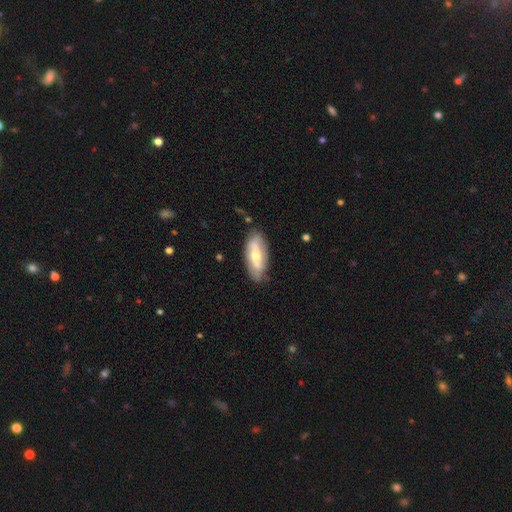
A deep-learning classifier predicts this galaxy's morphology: Smooth or featured? featured or disk (58%)
Edge-on disk? no (77%)
Merging? none (80%)